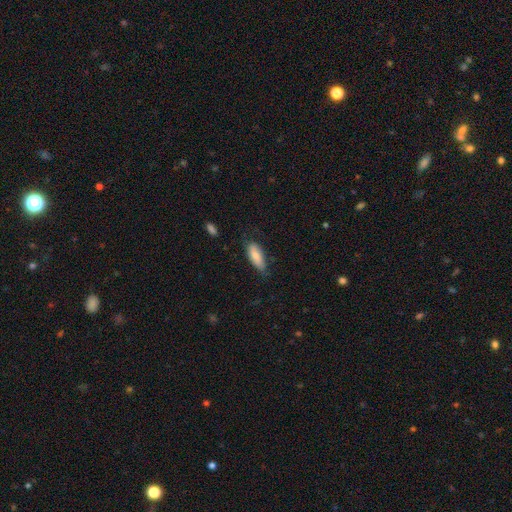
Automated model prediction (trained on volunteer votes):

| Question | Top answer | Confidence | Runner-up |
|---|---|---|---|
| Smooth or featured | smooth | 77% | featured or disk (17%) |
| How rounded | in between | 76% | cigar-shaped (22%) |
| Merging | none | 64% | minor disturbance (28%) |